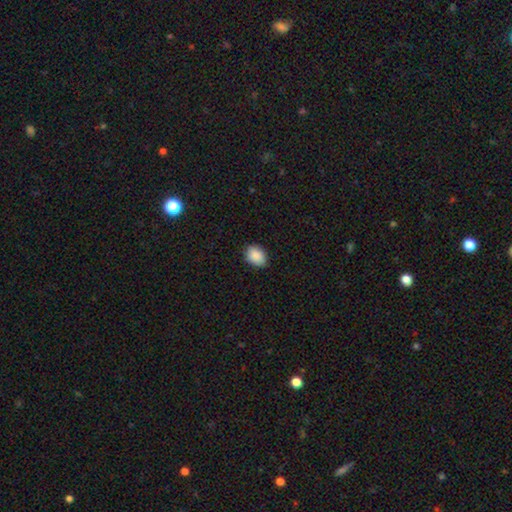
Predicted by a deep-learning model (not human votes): smooth 89%, star or artifact 7%, featured or disk 4%. Down the decision tree: how rounded — in between (71%); merging — none (85%).